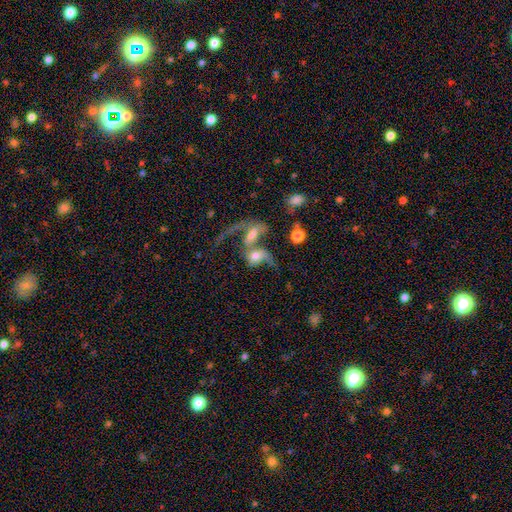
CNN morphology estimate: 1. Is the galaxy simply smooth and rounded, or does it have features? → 52% featured or disk, 37% smooth, 11% star or artifact.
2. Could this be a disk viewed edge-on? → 94% no, 6% yes.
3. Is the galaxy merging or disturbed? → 71% merger, 14% major disturbance, 10% none, 5% minor disturbance.